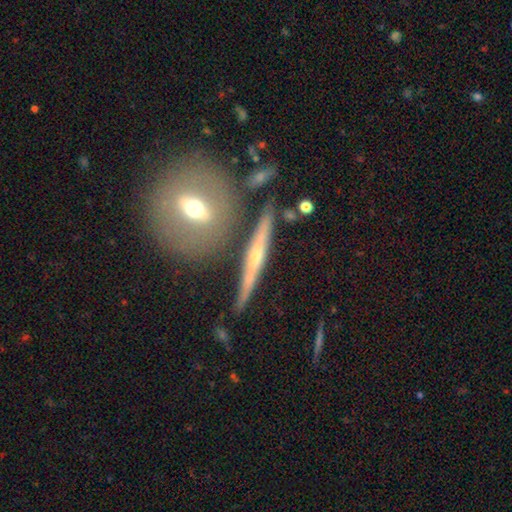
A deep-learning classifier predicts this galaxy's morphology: Overall: featured or disk (73%). Edge-on disk: yes (93%). Edge-on bulge: rounded (75%). Merging: none (81%).